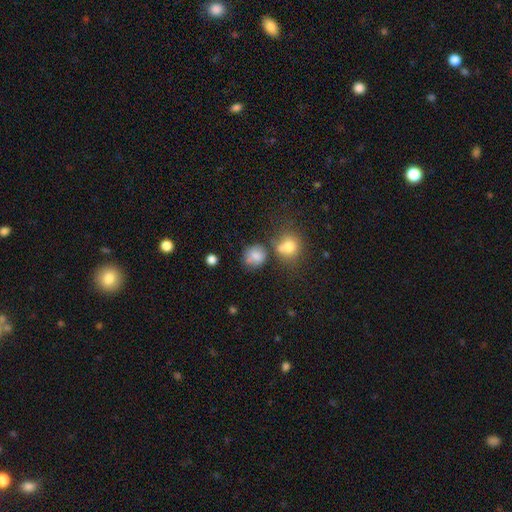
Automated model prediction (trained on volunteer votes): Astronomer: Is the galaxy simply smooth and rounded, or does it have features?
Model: smooth — 77%.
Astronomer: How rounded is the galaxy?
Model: round — 73%.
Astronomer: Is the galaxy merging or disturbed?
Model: none — 56%.